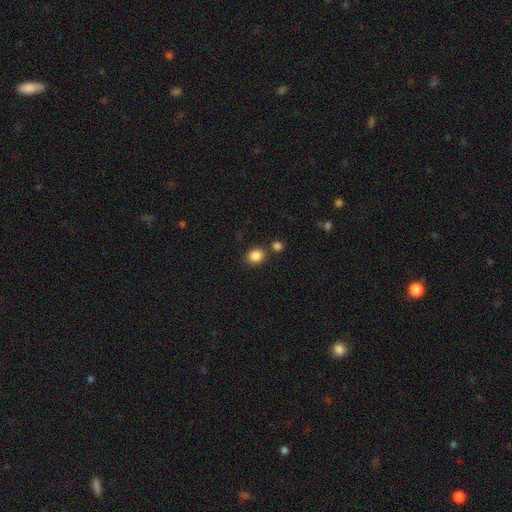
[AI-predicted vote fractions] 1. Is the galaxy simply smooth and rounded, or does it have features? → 86% smooth, 10% star or artifact, 4% featured or disk.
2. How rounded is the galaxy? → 65% round, 34% in between, 1% cigar-shaped.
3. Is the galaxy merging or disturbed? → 76% none, 12% merger, 10% minor disturbance, 3% major disturbance.